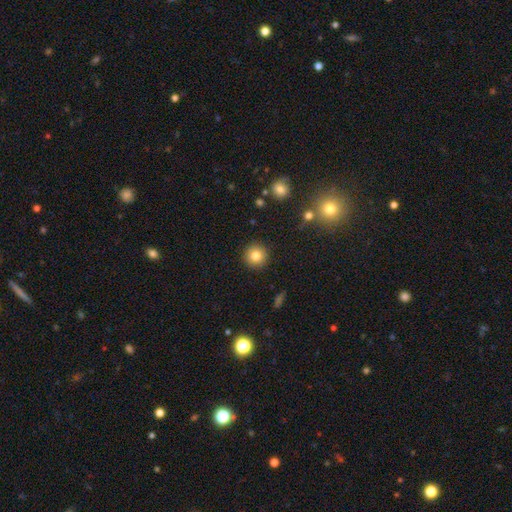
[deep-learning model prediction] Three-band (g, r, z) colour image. It shows a smooth galaxy with no disk features (81%) that is round (95%). Merging: none (92%).